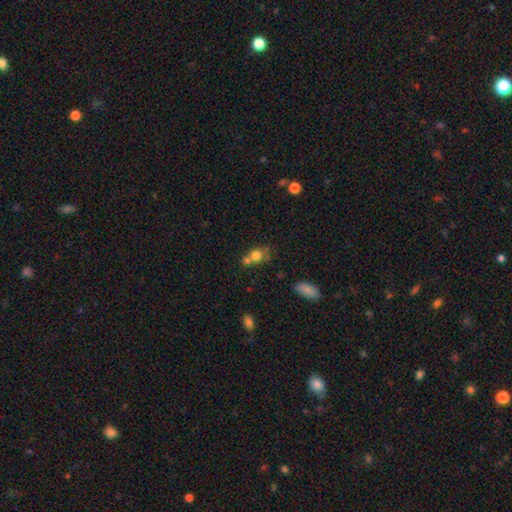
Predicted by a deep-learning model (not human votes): Smooth or featured: smooth — 74% (featured or disk — 15%)
How rounded: round — 61% (in between — 37%)
Merging: merger — 48% (none — 35%)